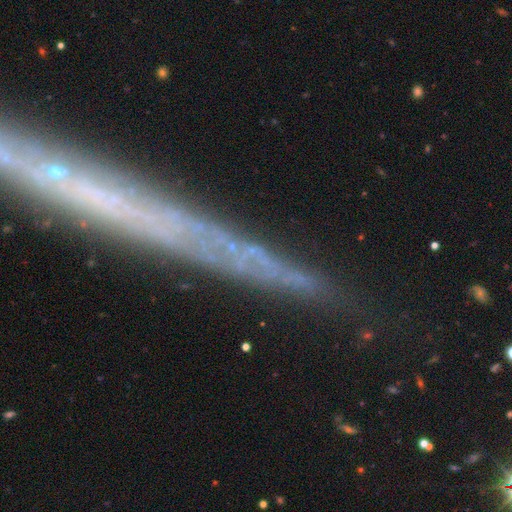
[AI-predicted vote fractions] Overall: featured or disk (44%; star or artifact 31%). Merging: none (72%).